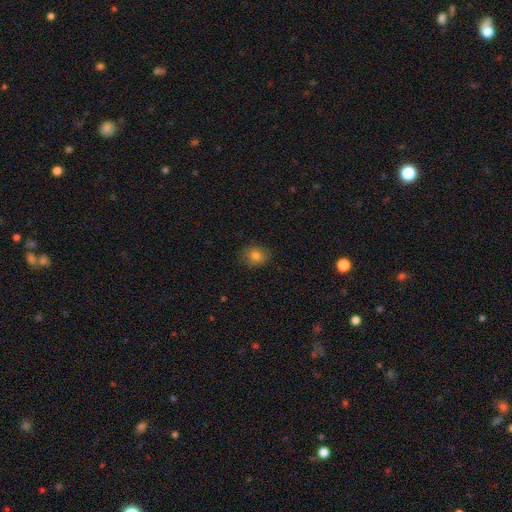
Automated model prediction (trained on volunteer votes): The model was most divided on "how rounded": round: 57%, in between: 42%, cigar-shaped: 1%. More confident: merging — none (84%); smooth or featured — smooth (79%).